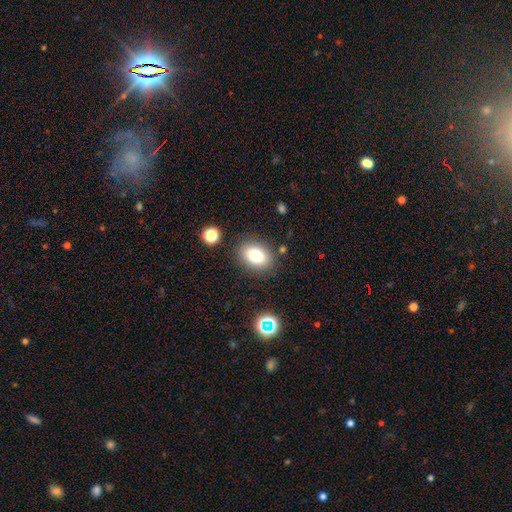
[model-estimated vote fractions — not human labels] Morphology: type=smooth (80%); roundness=in between (77%); merging=none (83%).